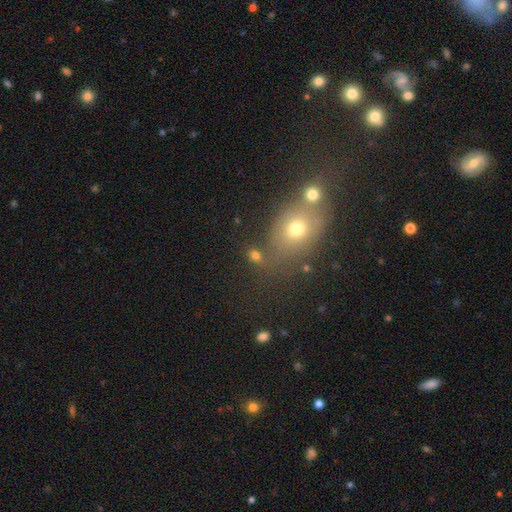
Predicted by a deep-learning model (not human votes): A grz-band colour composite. It shows a smooth galaxy with no disk features (68%) that is in between round and cigar-shaped (49%). Merging: none (63%).